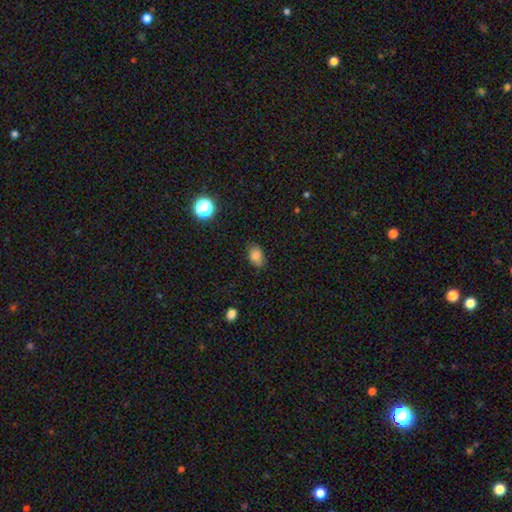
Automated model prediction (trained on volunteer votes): Overall: smooth (82%). How rounded: in between (76%). Merging: none (77%).